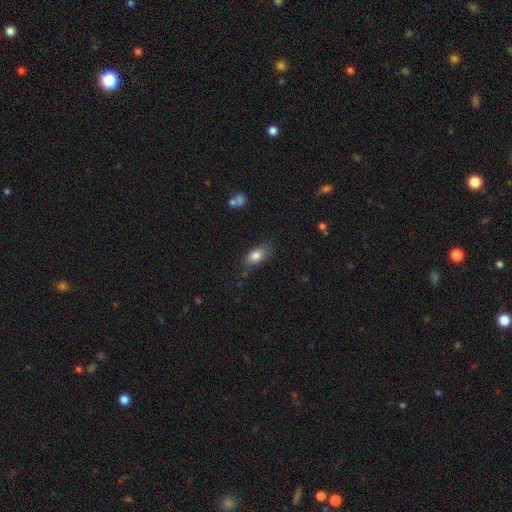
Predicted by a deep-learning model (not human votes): smooth-or-featured: smooth: 80% | featured or disk: 12% | star or artifact: 8%
  how-rounded: in between: 84% | cigar-shaped: 10% | round: 7%
  merging: none: 73% | minor disturbance: 20% | major disturbance: 5% | merger: 2%